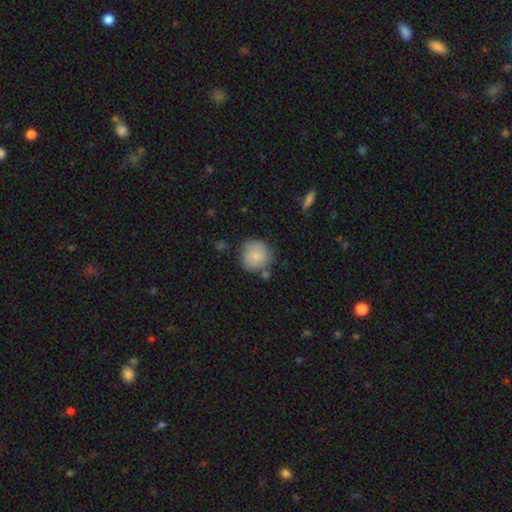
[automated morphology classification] Smooth or featured?
  - smooth: 79% *
  - featured or disk: 14%
  - star or artifact: 7%
How rounded?
  - round: 94% *
  - in between: 5%
  - cigar-shaped: 1%
Merging?
  - none: 75% *
  - minor disturbance: 15%
  - merger: 6%
  - major disturbance: 4%